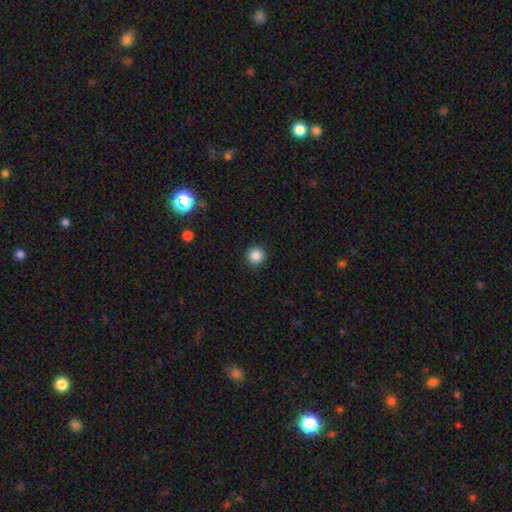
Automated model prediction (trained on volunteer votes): Overall: smooth (86%). How rounded: round (95%). Merging: none (92%).